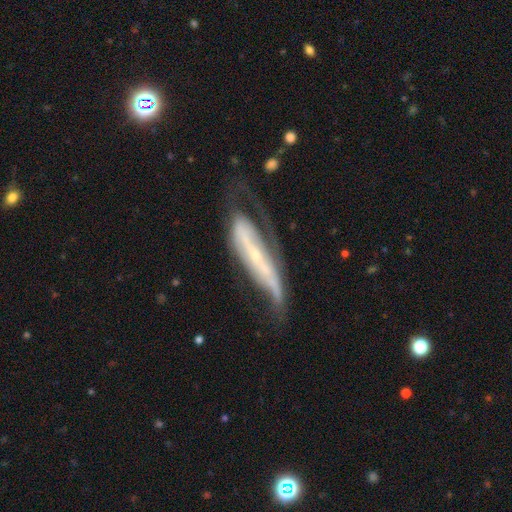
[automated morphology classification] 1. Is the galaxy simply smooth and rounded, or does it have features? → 75% featured or disk, 18% smooth, 7% star or artifact.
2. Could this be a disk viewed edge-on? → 65% no, 35% yes.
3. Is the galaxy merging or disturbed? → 37% major disturbance, 35% none, 24% minor disturbance, 4% merger.